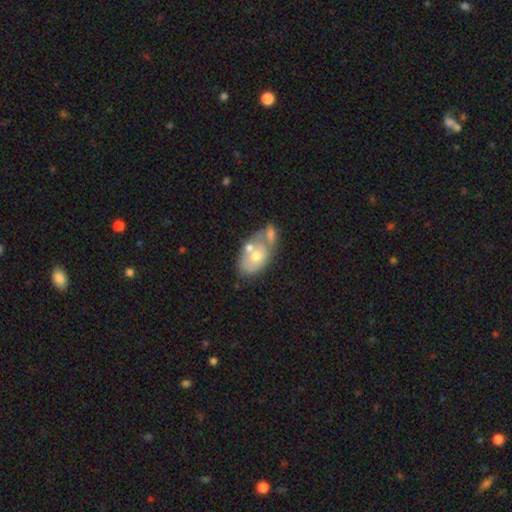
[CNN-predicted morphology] smooth_or_featured: smooth (p=0.51) [alt: featured or disk p=0.42]
how_rounded: in between (p=0.86) [alt: round p=0.12]
merging: merger (p=0.47) [alt: none p=0.25]